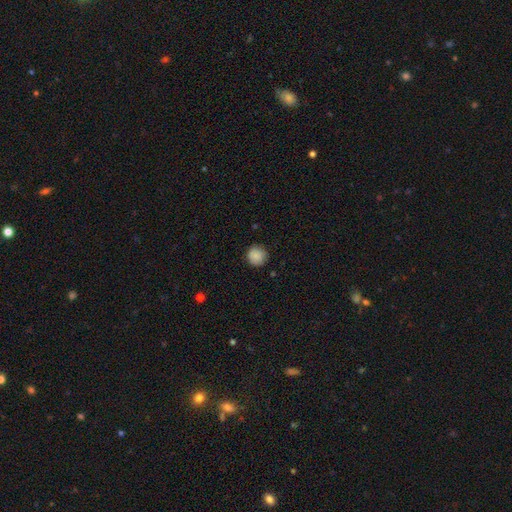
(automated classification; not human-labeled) smooth_or_featured: smooth (p=0.88) [alt: star or artifact p=0.08]
how_rounded: round (p=0.92) [alt: in between p=0.07]
merging: none (p=0.85) [alt: minor disturbance p=0.11]